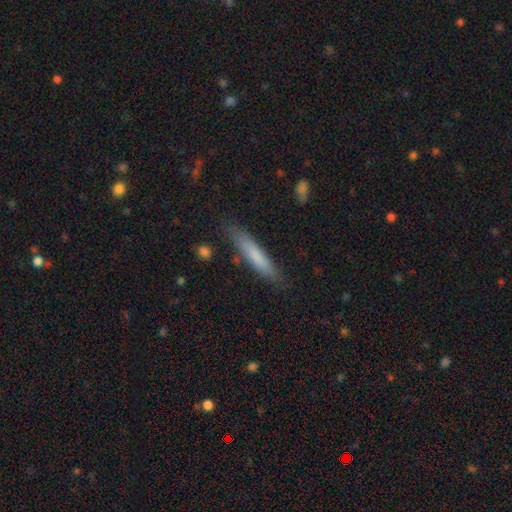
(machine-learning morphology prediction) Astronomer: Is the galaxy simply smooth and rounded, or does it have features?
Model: smooth — 74%.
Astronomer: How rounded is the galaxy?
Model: cigar-shaped — 88%.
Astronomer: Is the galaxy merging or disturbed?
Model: none — 83%.